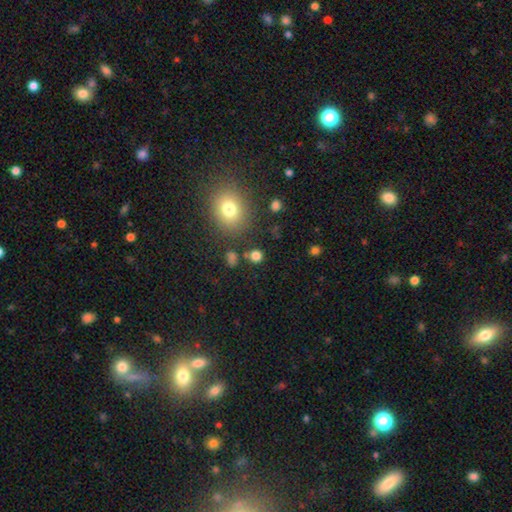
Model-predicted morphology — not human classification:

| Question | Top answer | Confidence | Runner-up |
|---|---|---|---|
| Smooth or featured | smooth | 78% | star or artifact (16%) |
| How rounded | round | 82% | in between (16%) |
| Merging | none | 79% | minor disturbance (9%) |